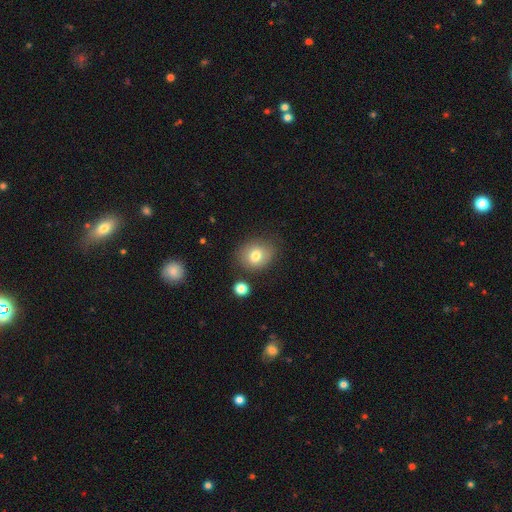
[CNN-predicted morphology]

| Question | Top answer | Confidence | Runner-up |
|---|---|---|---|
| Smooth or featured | smooth | 77% | featured or disk (12%) |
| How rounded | round | 60% | in between (39%) |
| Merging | none | 75% | minor disturbance (16%) |